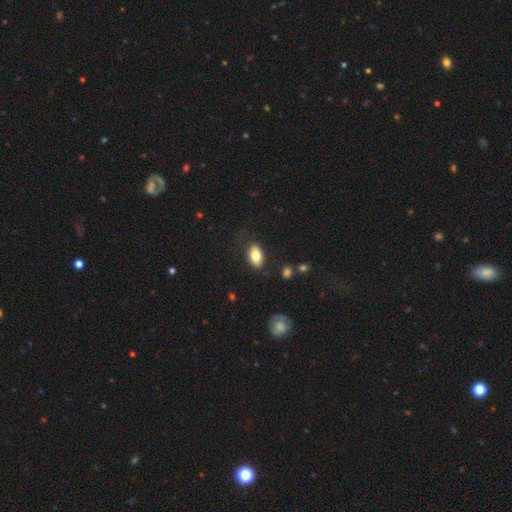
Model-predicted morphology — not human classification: Smooth or featured? Predicted: smooth (p=0.79). How rounded? Predicted: in between (p=0.90). Merging? Predicted: none (p=0.82).